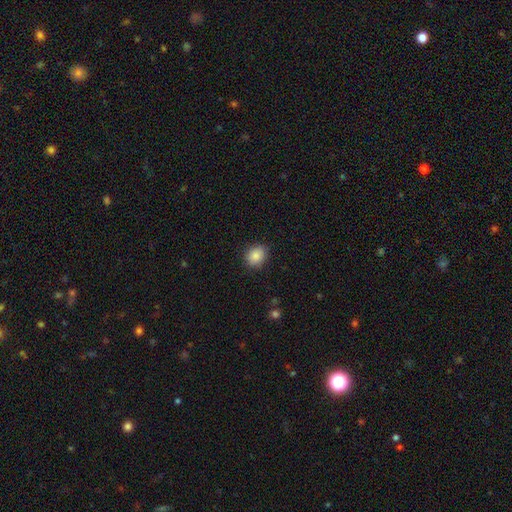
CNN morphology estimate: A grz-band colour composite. It shows a smooth galaxy with no disk features (87%) that is round (58%). Merging: none (85%).